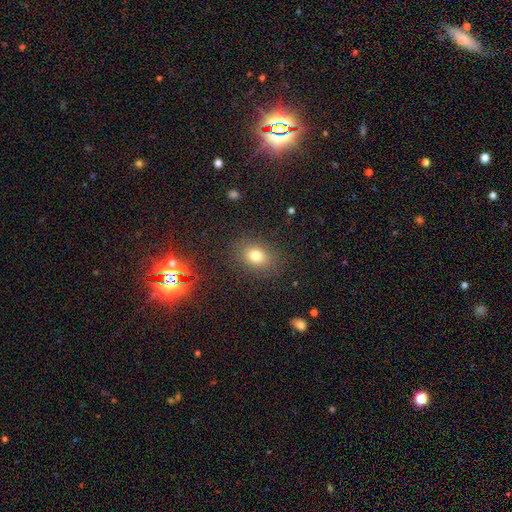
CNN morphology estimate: A smooth galaxy with no disk features (75%) that is in between round and cigar-shaped (61%).

Vote fractions:
- Smooth or featured? smooth: 75% / star or artifact: 15% / featured or disk: 10%
- How rounded? in between: 61% / round: 38% / cigar-shaped: 1%
- Merging? none: 85% / minor disturbance: 10% / major disturbance: 4% / merger: 1%